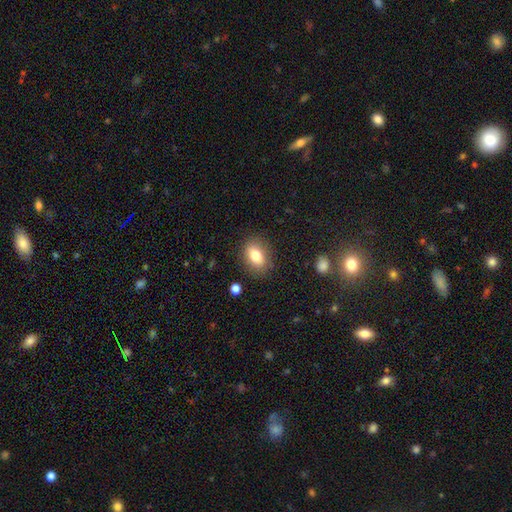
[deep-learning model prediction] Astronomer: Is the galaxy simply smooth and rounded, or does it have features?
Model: smooth — 78%.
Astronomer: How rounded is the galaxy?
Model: in between — 79%.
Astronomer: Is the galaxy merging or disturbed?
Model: none — 84%.